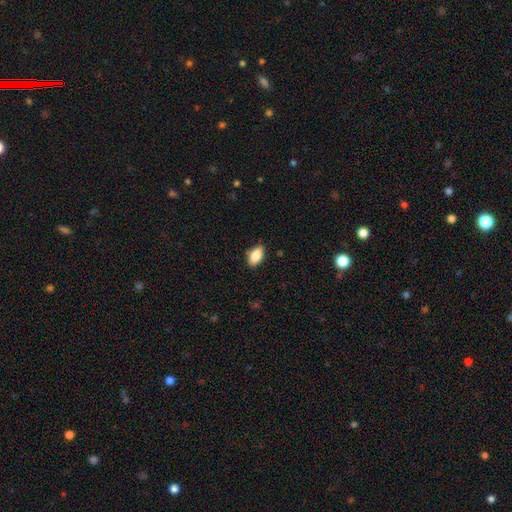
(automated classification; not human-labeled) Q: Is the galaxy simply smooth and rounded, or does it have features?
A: smooth — 85%.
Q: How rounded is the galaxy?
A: in between — 91%.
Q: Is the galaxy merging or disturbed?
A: none — 85%.